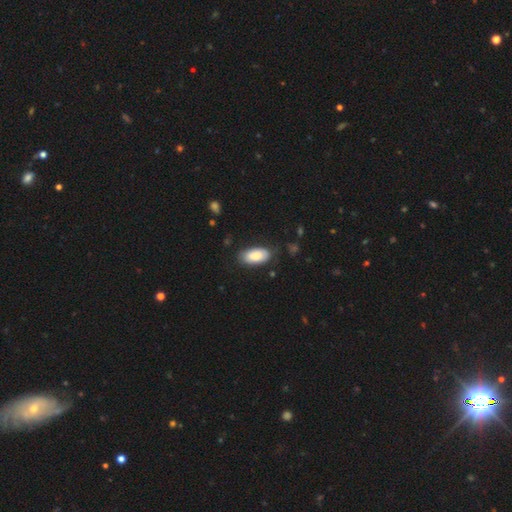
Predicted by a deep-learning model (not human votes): This is clearly a smooth galaxy (85%). How rounded: clearly in between (94%). Merging: likely none (77%).